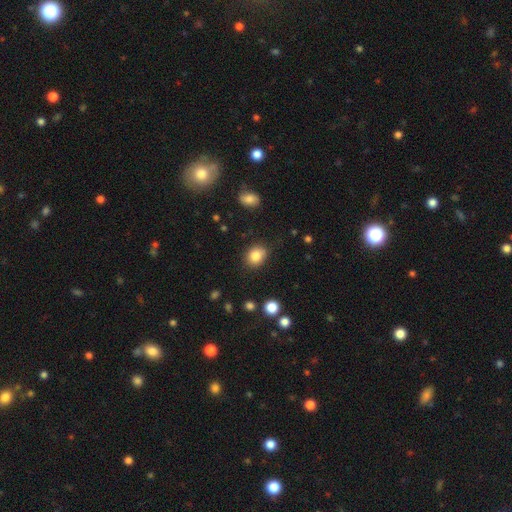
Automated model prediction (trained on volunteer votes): smooth_or_featured: smooth (p=0.84) [alt: star or artifact p=0.10]
how_rounded: round (p=0.58) [alt: in between p=0.41]
merging: none (p=0.82) [alt: minor disturbance p=0.13]